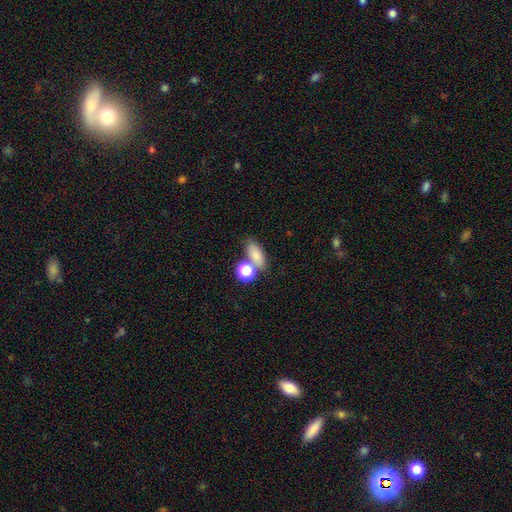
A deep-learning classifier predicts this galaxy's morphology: Overall: smooth (76%). How rounded: in between (77%). Merging: none (59%; merger 25%).